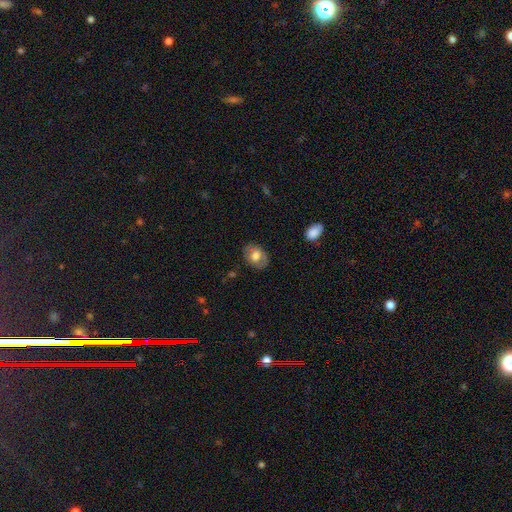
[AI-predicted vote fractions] smooth-or-featured: smooth: 65% | featured or disk: 28% | star or artifact: 7%
  how-rounded: in between: 72% | round: 26% | cigar-shaped: 1%
  merging: none: 79% | minor disturbance: 15% | major disturbance: 5% | merger: 1%